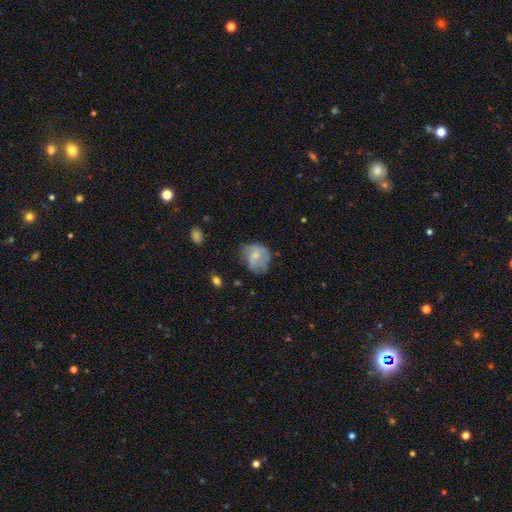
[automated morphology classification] This appears to be a smooth galaxy with no disk features (58%) that is round (62%). Merging: none (42%).